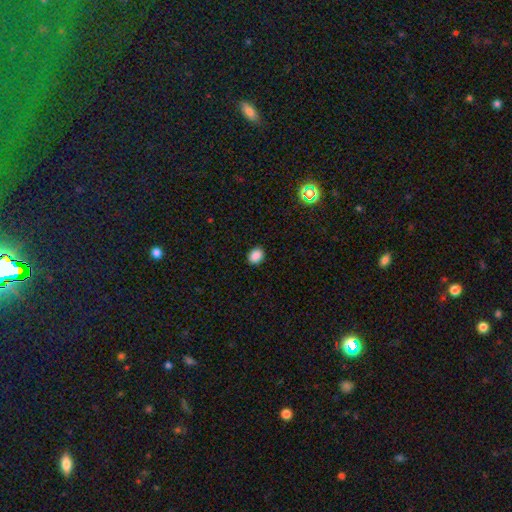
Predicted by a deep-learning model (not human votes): Smooth or featured?
  - smooth: 88% *
  - star or artifact: 10%
  - featured or disk: 3%
How rounded?
  - in between: 55% *
  - round: 44%
  - cigar-shaped: 1%
Merging?
  - none: 89% *
  - minor disturbance: 8%
  - major disturbance: 2%
  - merger: 1%